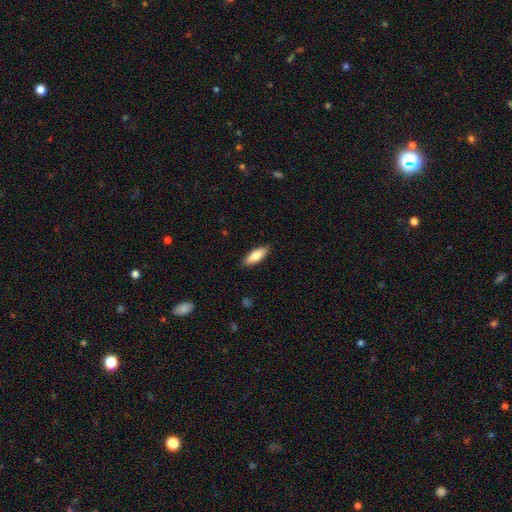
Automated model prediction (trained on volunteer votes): This is clearly a smooth galaxy (80%). How rounded: likely in between (65%). Merging: clearly none (88%).